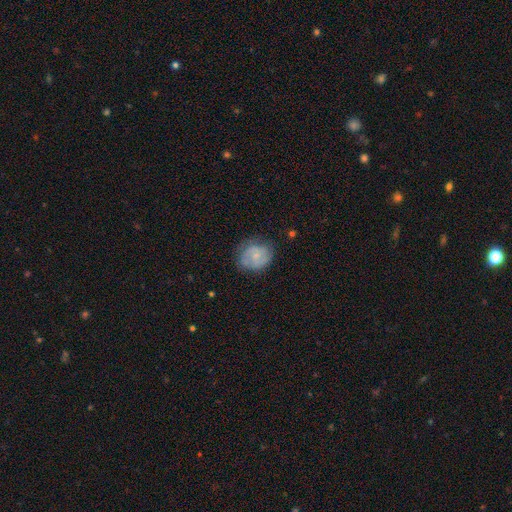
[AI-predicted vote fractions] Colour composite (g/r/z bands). It shows a smooth galaxy with no disk features (56%) that is round (68%). Merging: none (64%).